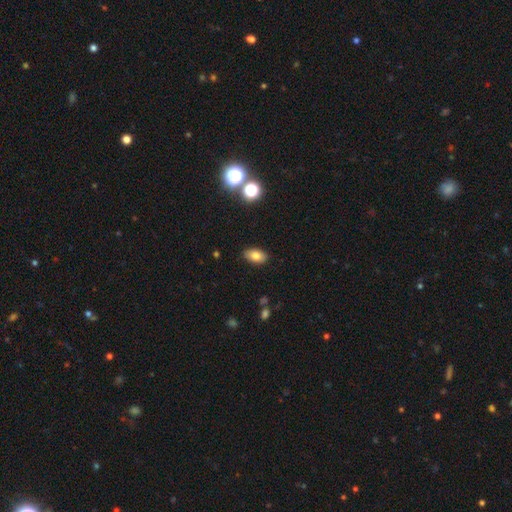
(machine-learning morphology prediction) Q: Smooth or featured?
A: smooth (79%); runner-up: star or artifact (11%)
Q: How rounded?
A: in between (91%); runner-up: round (7%)
Q: Merging?
A: none (87%); runner-up: minor disturbance (9%)